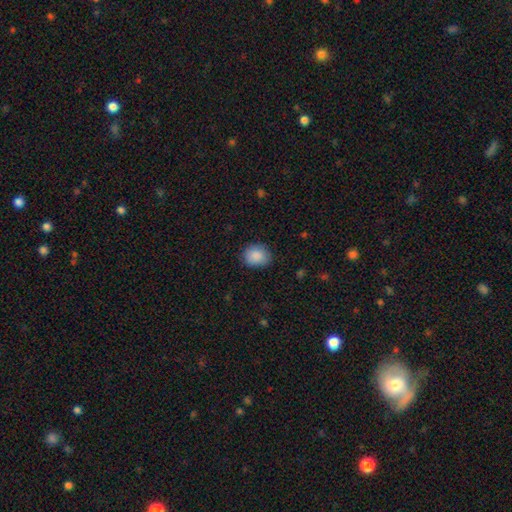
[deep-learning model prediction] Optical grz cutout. It shows a smooth galaxy with no disk features (89%) that is round (61%). Merging: none (82%).